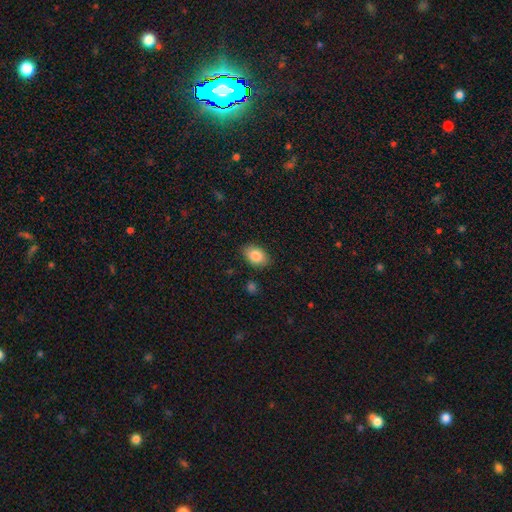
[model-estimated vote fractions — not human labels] smooth-or-featured: smooth: 85% | featured or disk: 8% | star or artifact: 8%
  how-rounded: in between: 85% | round: 14% | cigar-shaped: 1%
  merging: none: 85% | minor disturbance: 11% | major disturbance: 3% | merger: 1%